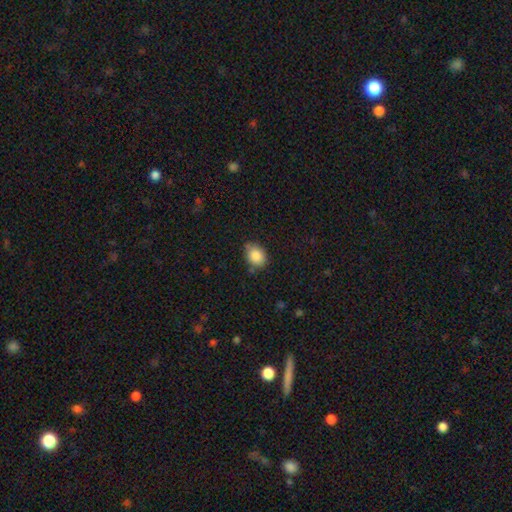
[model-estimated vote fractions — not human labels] Overall: smooth (86%). How rounded: in between (53%; round 46%). Merging: none (72%).